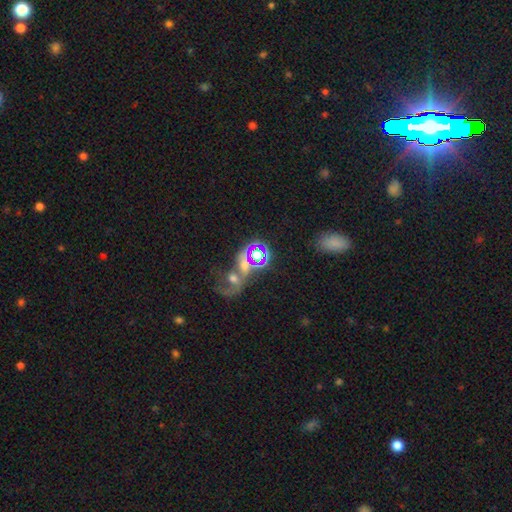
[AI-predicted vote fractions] This is possibly a star or artifact rather than a galaxy (49%).